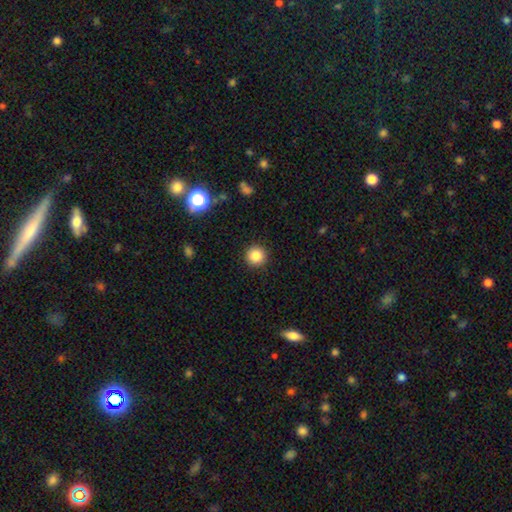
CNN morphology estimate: smooth 85%, star or artifact 11%, featured or disk 5%. Down the decision tree: how rounded — round (95%); merging — none (92%).